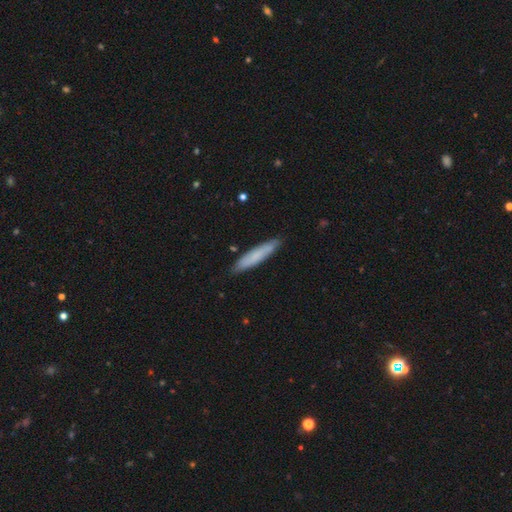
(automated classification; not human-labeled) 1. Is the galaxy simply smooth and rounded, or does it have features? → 74% smooth, 20% featured or disk, 6% star or artifact.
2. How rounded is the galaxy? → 90% cigar-shaped, 9% in between, 1% round.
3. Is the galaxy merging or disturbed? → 86% none, 11% minor disturbance, 2% major disturbance, 1% merger.